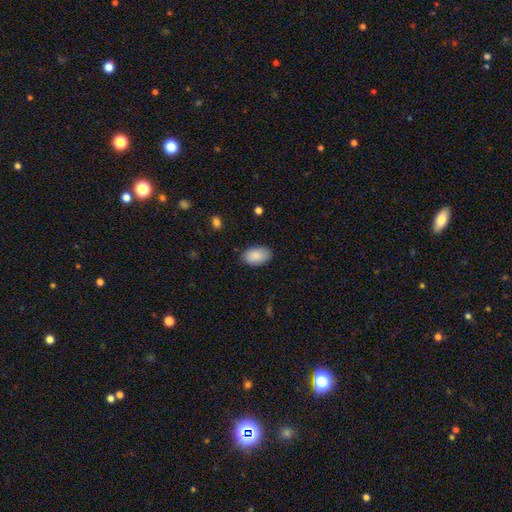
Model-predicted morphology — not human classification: Smooth or featured?
  - smooth: 88% *
  - star or artifact: 6%
  - featured or disk: 6%
How rounded?
  - in between: 92% *
  - round: 7%
  - cigar-shaped: 1%
Merging?
  - none: 85% *
  - minor disturbance: 12%
  - major disturbance: 3%
  - merger: 1%